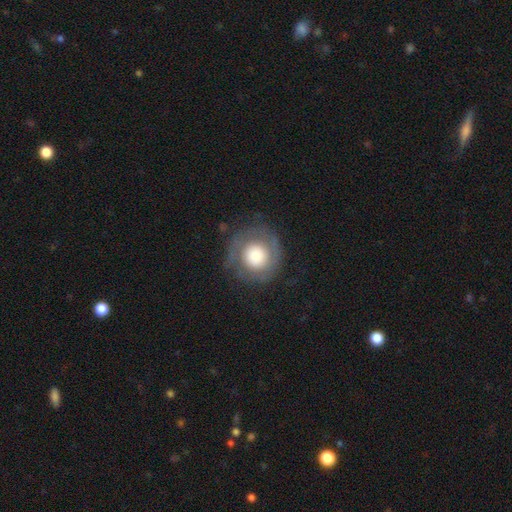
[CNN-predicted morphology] smooth 47%, featured or disk 45%, star or artifact 8%. Down the decision tree: merging — none (74%).